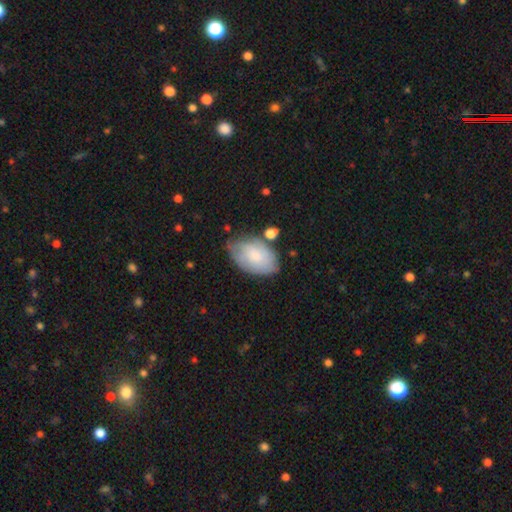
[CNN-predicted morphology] smooth-or-featured: smooth: 72% | featured or disk: 22% | star or artifact: 6%
  how-rounded: in between: 92% | round: 7% | cigar-shaped: 1%
  merging: none: 57% | minor disturbance: 28% | major disturbance: 7% | merger: 7%